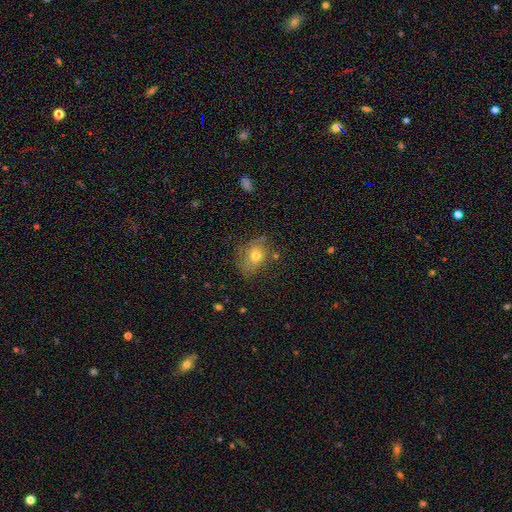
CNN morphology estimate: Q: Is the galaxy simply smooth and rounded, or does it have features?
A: smooth — 66%.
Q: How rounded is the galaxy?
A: in between — 56%.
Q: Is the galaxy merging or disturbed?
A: none — 60%.